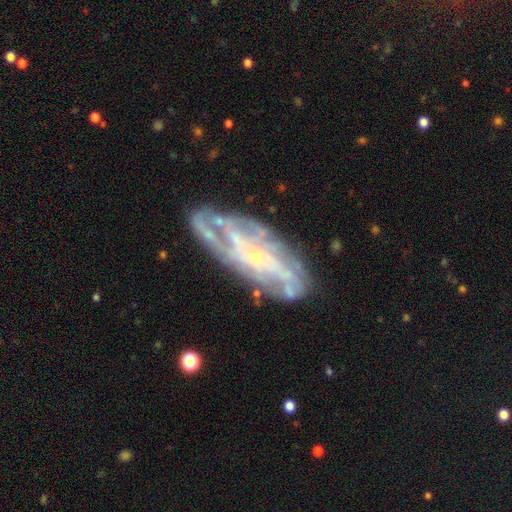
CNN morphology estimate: A featured or disk galaxy (78%) with no bar (68%), spiral arms (74%) and a small central bulge (73%).

Vote fractions:
- Smooth or featured? featured or disk: 78% / smooth: 15% / star or artifact: 7%
- Edge-on disk? no: 85% / yes: 15%
- Bar? no: 68% / weak: 23% / strong: 8%
- Spiral arms? yes: 74% / no: 26%
- Bulge size? small: 73% / moderate: 13% / none: 12% / large: 1% / dominant: 1%
- Merging? none: 67% / minor disturbance: 20% / major disturbance: 10% / merger: 3%